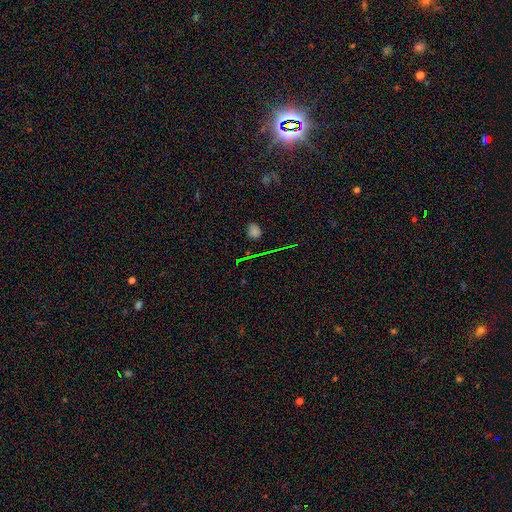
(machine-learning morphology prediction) Smooth or featured?
  - star or artifact: 66% *
  - smooth: 23%
  - featured or disk: 11%